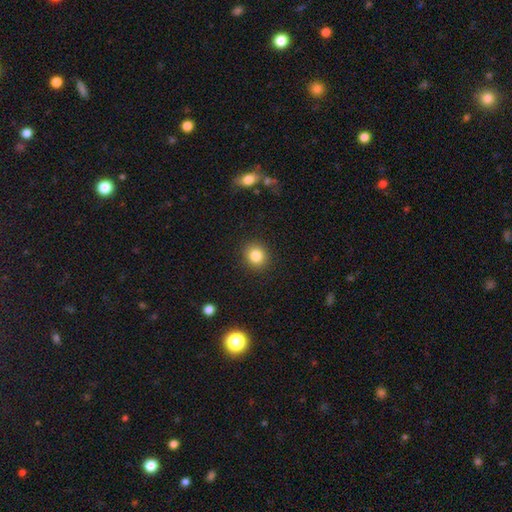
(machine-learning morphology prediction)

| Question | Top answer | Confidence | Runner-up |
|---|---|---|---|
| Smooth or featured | smooth | 83% | star or artifact (11%) |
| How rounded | round | 80% | in between (19%) |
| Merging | none | 91% | minor disturbance (6%) |